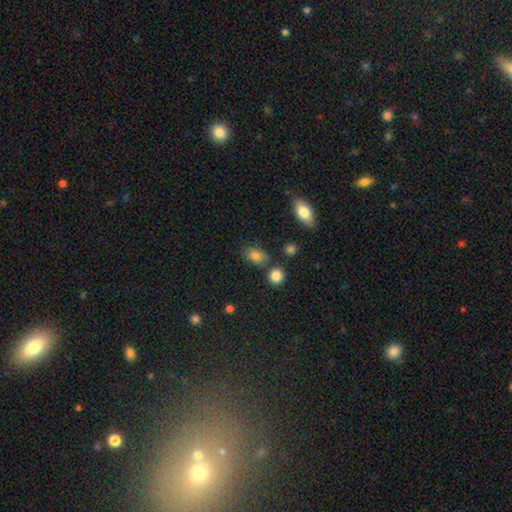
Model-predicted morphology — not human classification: This is clearly a smooth galaxy (81%). How rounded: likely in between (77%). Merging: likely none (71%).